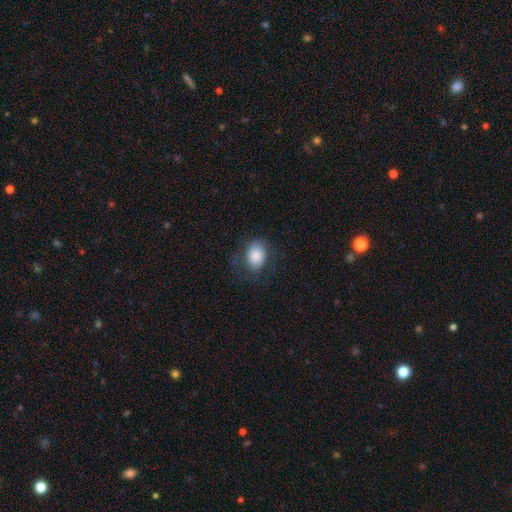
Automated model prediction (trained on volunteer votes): A smooth galaxy with no disk features (82%) that is in between round and cigar-shaped (68%).

Vote fractions:
- Smooth or featured? smooth: 82% / featured or disk: 11% / star or artifact: 7%
- How rounded? in between: 68% / round: 31% / cigar-shaped: 1%
- Merging? none: 67% / minor disturbance: 20% / major disturbance: 12% / merger: 1%